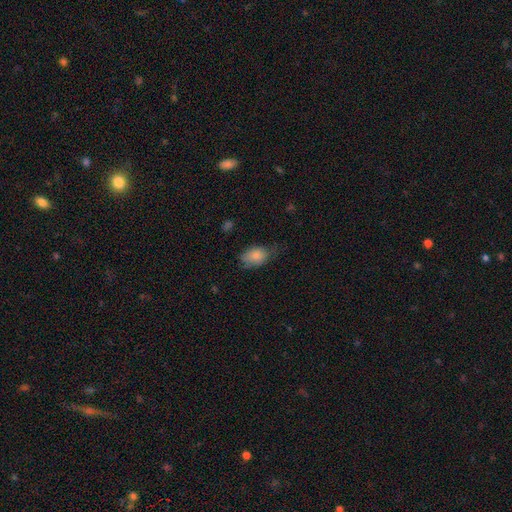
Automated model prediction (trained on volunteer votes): This is clearly a smooth galaxy (83%). How rounded: clearly in between (87%). Merging: possibly none (52%).